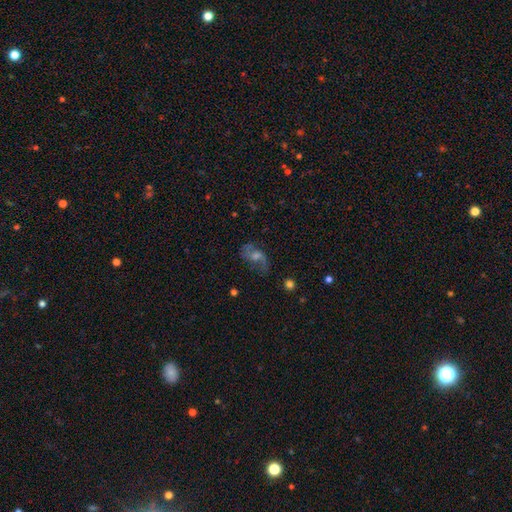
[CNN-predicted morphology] This appears to be a featured or disk galaxy (69%) with no bar (53%), 2 (85%) loose (59%) spiral arms (90%) and a moderate central bulge (46%). Merging: none (66%).